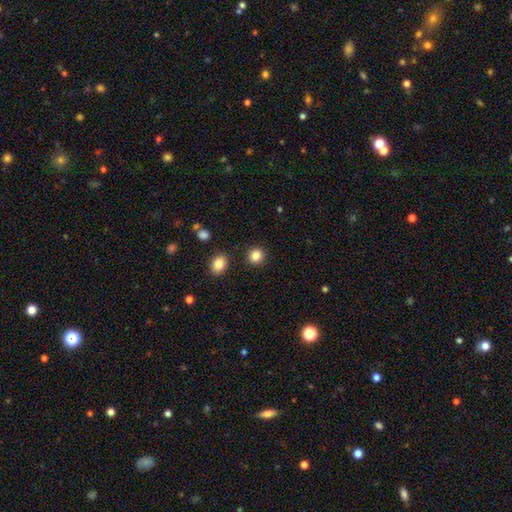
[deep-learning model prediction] Smooth or featured? Predicted: smooth (p=0.85). How rounded? Predicted: round (p=0.88). Merging? Predicted: none (p=0.90).